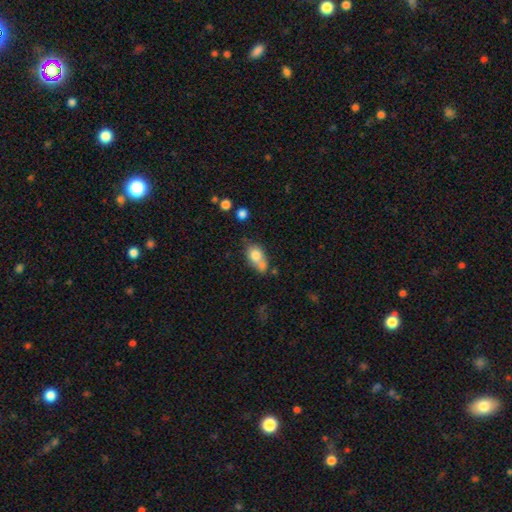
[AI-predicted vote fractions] A smooth galaxy with no disk features (76%) that is in between round and cigar-shaped (76%).

Vote fractions:
- Smooth or featured? smooth: 76% / featured or disk: 15% / star or artifact: 9%
- How rounded? in between: 76% / round: 20% / cigar-shaped: 4%
- Merging? none: 37% / merger: 29% / minor disturbance: 24% / major disturbance: 10%